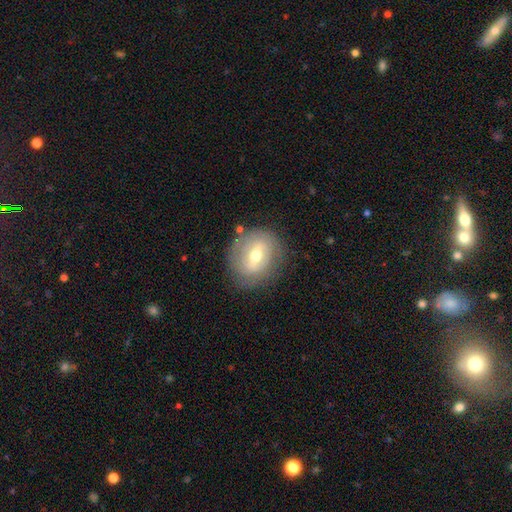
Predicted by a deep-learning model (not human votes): Q: Smooth or featured?
A: featured or disk (56%); runner-up: smooth (36%)
Q: Edge-on disk?
A: no (90%); runner-up: yes (10%)
Q: Bar?
A: weak (46%); runner-up: strong (37%)
Q: Spiral arms?
A: no (55%); runner-up: yes (45%)
Q: Bulge size?
A: moderate (65%); runner-up: small (28%)
Q: Merging?
A: none (77%); runner-up: minor disturbance (15%)